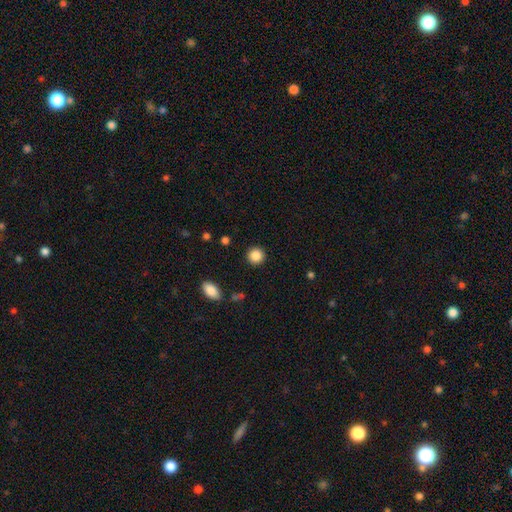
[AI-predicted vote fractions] Smooth or featured? Predicted: smooth (p=0.87). How rounded? Predicted: round (p=0.93). Merging? Predicted: none (p=0.91).